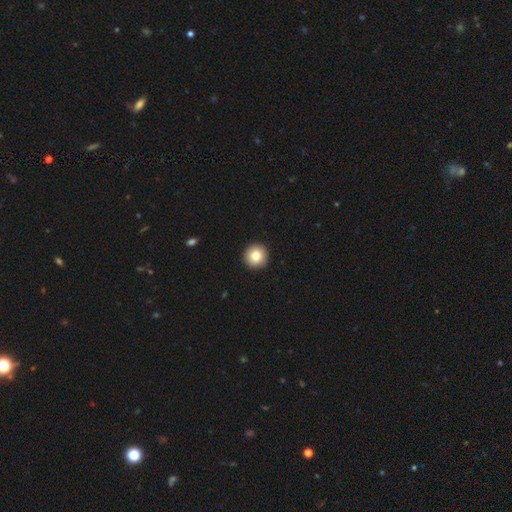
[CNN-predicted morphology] Smooth or featured?
  - smooth: 81% *
  - featured or disk: 10%
  - star or artifact: 9%
How rounded?
  - round: 96% *
  - in between: 3%
  - cigar-shaped: 1%
Merging?
  - none: 93% *
  - minor disturbance: 4%
  - major disturbance: 1%
  - merger: 1%